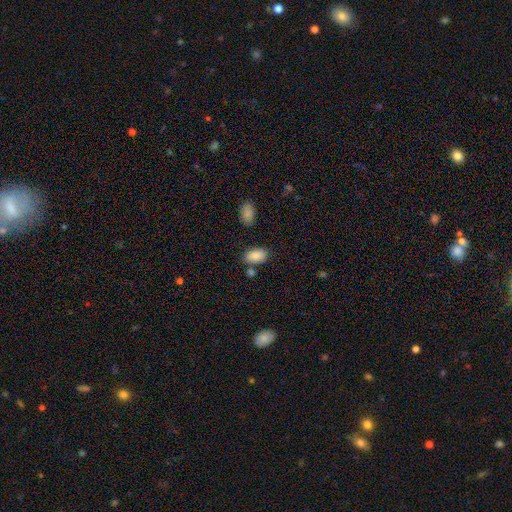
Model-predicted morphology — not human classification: smooth-or-featured: smooth: 87% | star or artifact: 8% | featured or disk: 6%
  how-rounded: in between: 91% | round: 7% | cigar-shaped: 2%
  merging: none: 70% | minor disturbance: 16% | merger: 11% | major disturbance: 4%